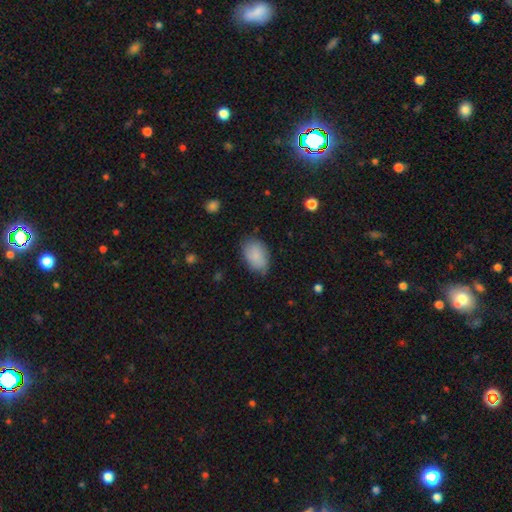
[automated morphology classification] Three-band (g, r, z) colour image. It shows a smooth galaxy with no disk features (84%) that is in between round and cigar-shaped (90%). Merging: none (71%).